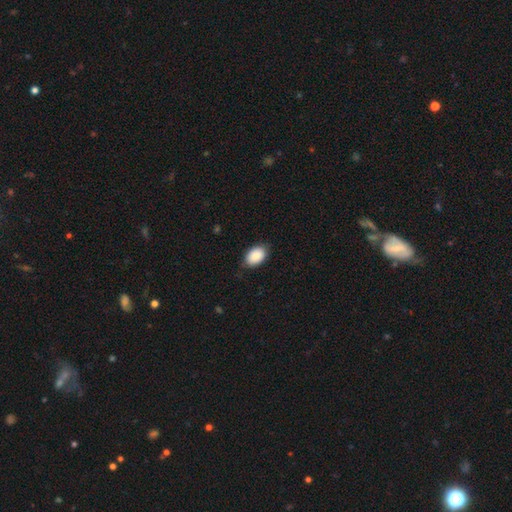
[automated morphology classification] Q: Smooth or featured?
A: smooth (88%); runner-up: star or artifact (7%)
Q: How rounded?
A: in between (87%); runner-up: round (12%)
Q: Merging?
A: none (80%); runner-up: minor disturbance (16%)